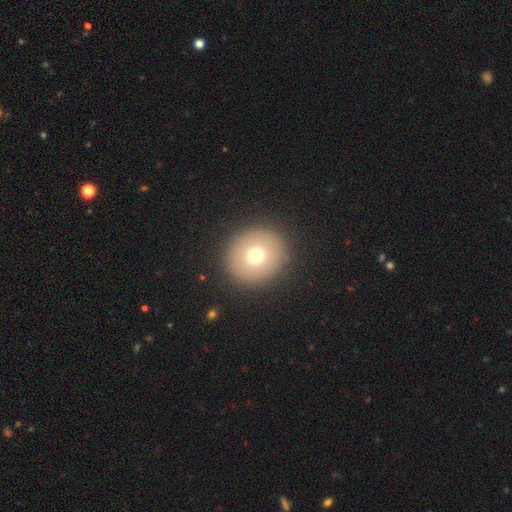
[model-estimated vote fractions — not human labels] smooth_or_featured: smooth (p=0.70) [alt: featured or disk p=0.17]
how_rounded: round (p=0.88) [alt: in between p=0.11]
merging: none (p=0.91) [alt: minor disturbance p=0.05]